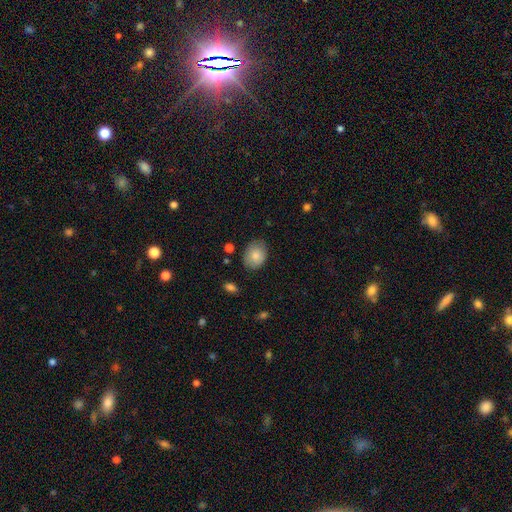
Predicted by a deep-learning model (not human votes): Morphology: type=smooth (81%); roundness=in between (61%); merging=none (77%).